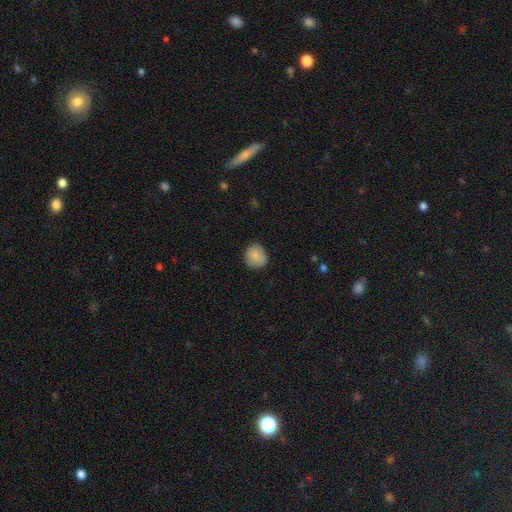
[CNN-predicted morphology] type=smooth (82%); roundness=round (80%); merging=none (77%).